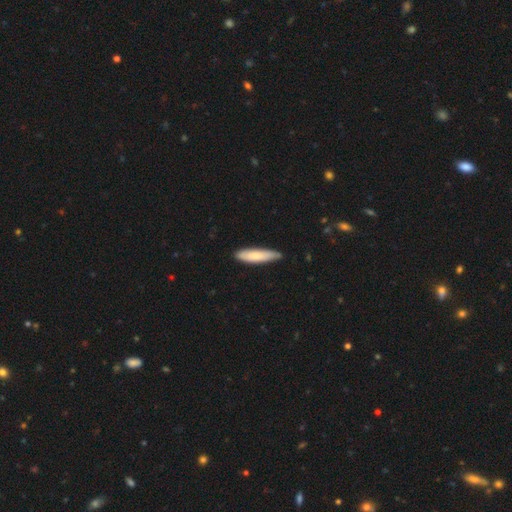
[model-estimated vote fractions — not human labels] Smooth or featured? smooth (77%)
How rounded? cigar-shaped (77%)
Merging? none (77%)